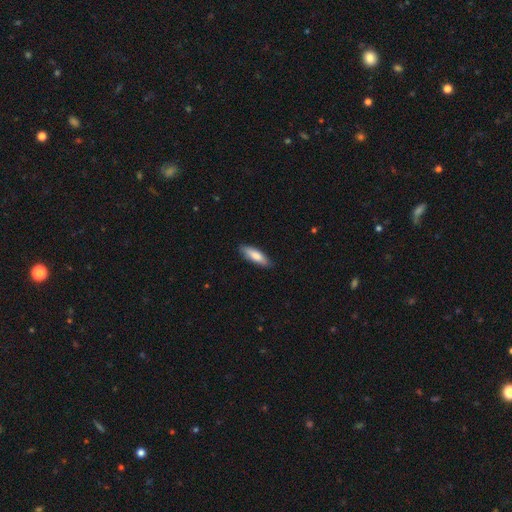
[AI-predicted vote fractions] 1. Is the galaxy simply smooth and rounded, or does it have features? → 79% smooth, 16% featured or disk, 5% star or artifact.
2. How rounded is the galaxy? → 52% cigar-shaped, 47% in between, 2% round.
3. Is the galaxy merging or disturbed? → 87% none, 10% minor disturbance, 2% major disturbance, 1% merger.